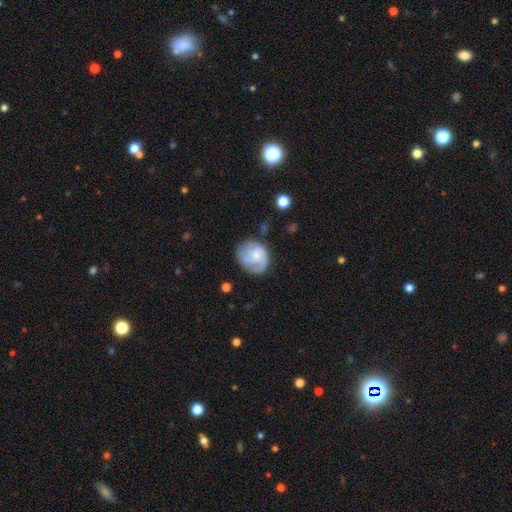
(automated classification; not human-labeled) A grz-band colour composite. It shows a featured or disk galaxy (62%) with no bar (65%), 2 (41%) tight (42%) spiral arms (90%) and a small central bulge (48%). Merging: none (67%).